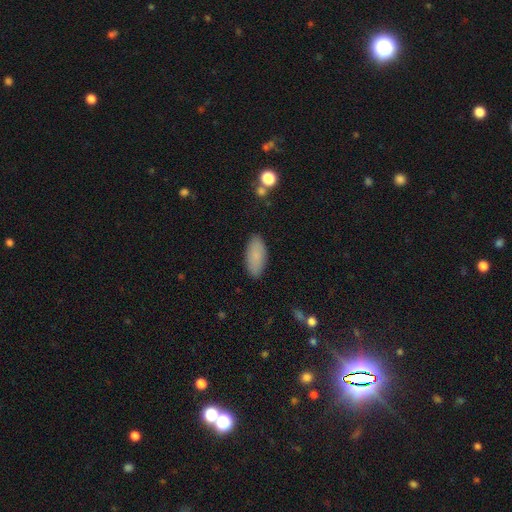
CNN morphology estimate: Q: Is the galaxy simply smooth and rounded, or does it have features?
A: smooth — 85%.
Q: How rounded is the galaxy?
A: in between — 87%.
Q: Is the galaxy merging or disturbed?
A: none — 88%.